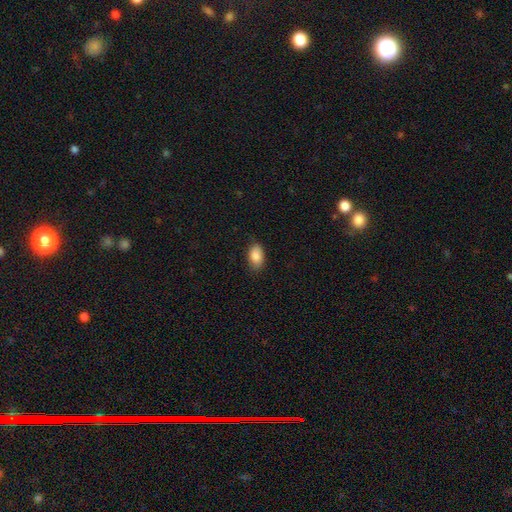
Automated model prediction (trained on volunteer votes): This appears to be a smooth galaxy with no disk features (87%) that is in between round and cigar-shaped (91%). Merging: none (81%).